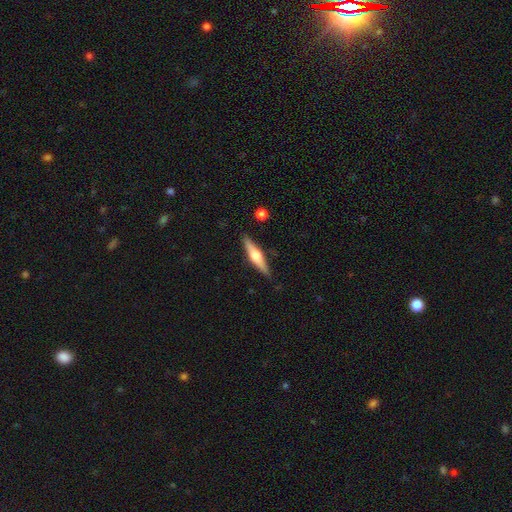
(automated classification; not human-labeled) This appears to be a featured or disk galaxy (61%) viewed edge-on (97%) with a rounded central bulge (92%). Merging: none (88%).